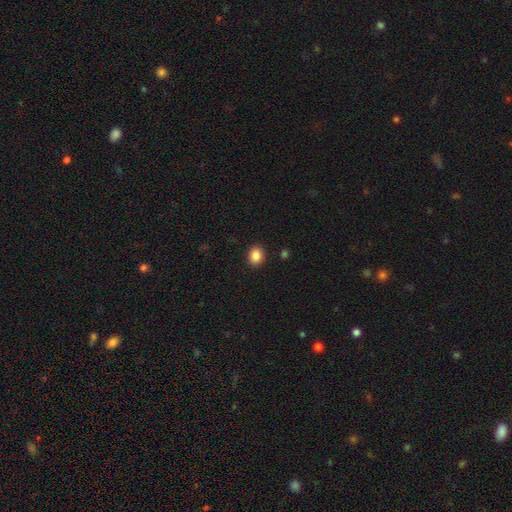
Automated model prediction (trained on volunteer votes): smooth_or_featured: smooth (p=0.88) [alt: star or artifact p=0.09]
how_rounded: in between (p=0.52) [alt: round p=0.47]
merging: none (p=0.90) [alt: minor disturbance p=0.06]